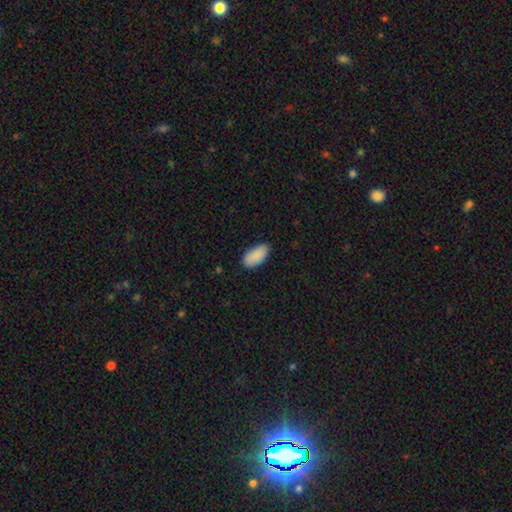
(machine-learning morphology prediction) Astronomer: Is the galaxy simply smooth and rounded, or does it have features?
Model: smooth — 90%.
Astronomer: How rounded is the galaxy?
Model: in between — 94%.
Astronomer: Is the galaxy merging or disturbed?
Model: none — 84%.